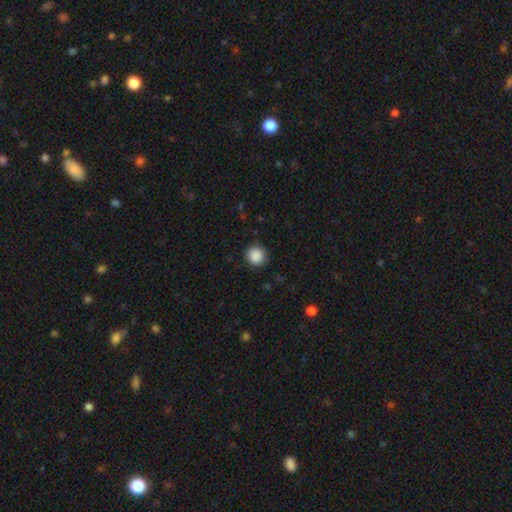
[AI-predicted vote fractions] Q: Smooth or featured?
A: smooth (88%); runner-up: star or artifact (9%)
Q: How rounded?
A: round (94%); runner-up: in between (5%)
Q: Merging?
A: none (89%); runner-up: minor disturbance (8%)